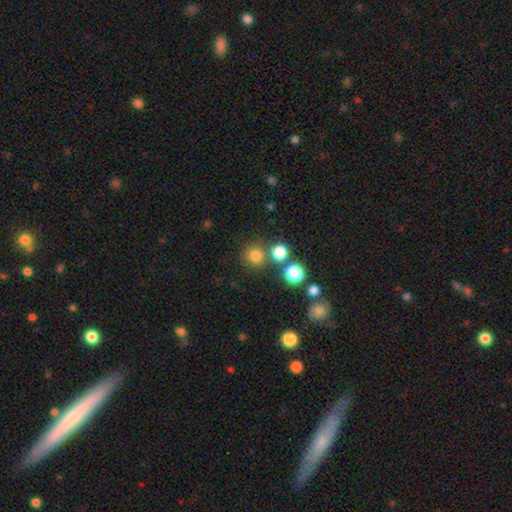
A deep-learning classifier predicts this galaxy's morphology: A smooth galaxy with no disk features (77%) that is round (93%).

Vote fractions:
- Smooth or featured? smooth: 77% / star or artifact: 17% / featured or disk: 6%
- How rounded? round: 93% / in between: 6% / cigar-shaped: 1%
- Merging? none: 74% / merger: 15% / minor disturbance: 8% / major disturbance: 3%